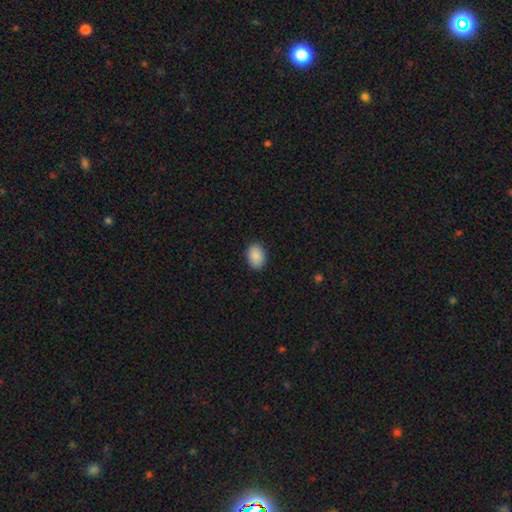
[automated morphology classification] This appears to be a smooth galaxy with no disk features (90%) that is in between round and cigar-shaped (79%). Merging: none (89%).